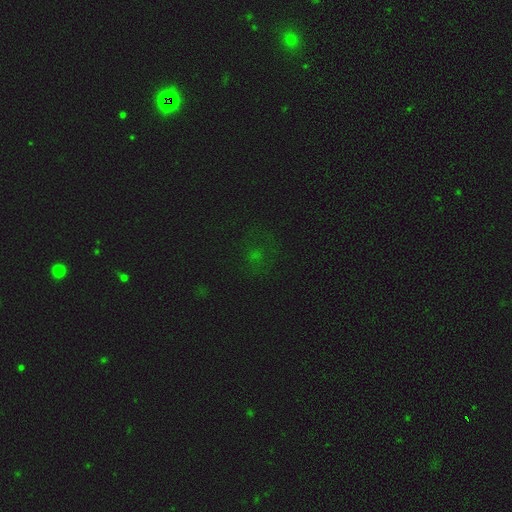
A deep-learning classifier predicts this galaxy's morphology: Smooth or featured?
  - star or artifact: 53% *
  - smooth: 35%
  - featured or disk: 12%